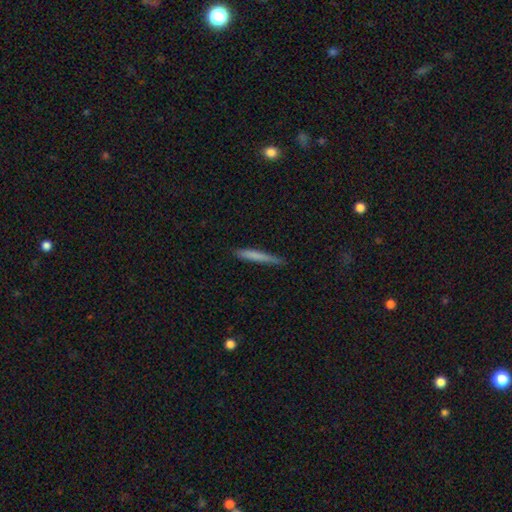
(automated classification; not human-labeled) Smooth or featured?
  - smooth: 74% *
  - featured or disk: 19%
  - star or artifact: 6%
How rounded?
  - cigar-shaped: 95% *
  - in between: 3%
  - round: 1%
Merging?
  - none: 79% *
  - minor disturbance: 16%
  - major disturbance: 3%
  - merger: 1%